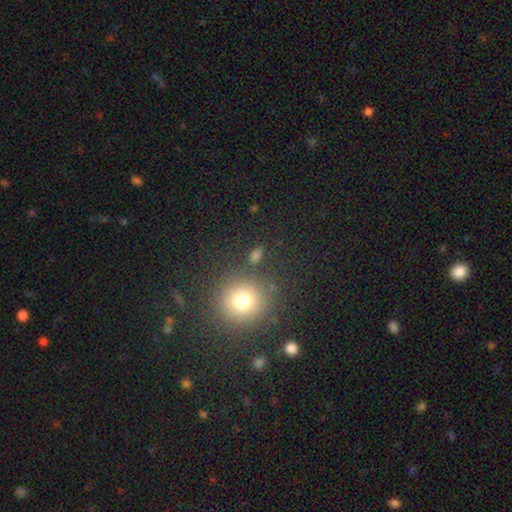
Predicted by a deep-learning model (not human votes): A smooth galaxy with no disk features (68%) that is round (88%). Merging: none (85%).